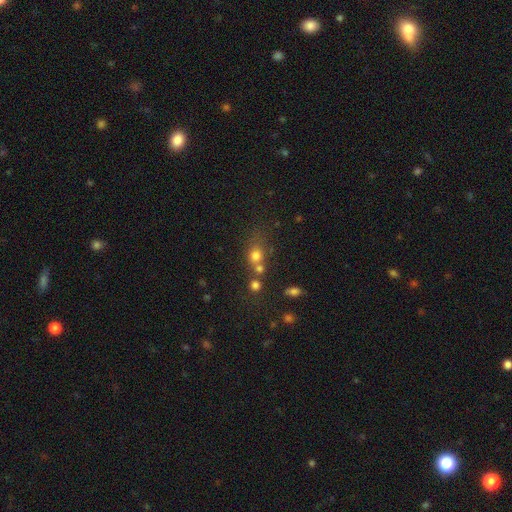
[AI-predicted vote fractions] A smooth galaxy with no disk features (72%) that is round (70%). Merging: none (43%).